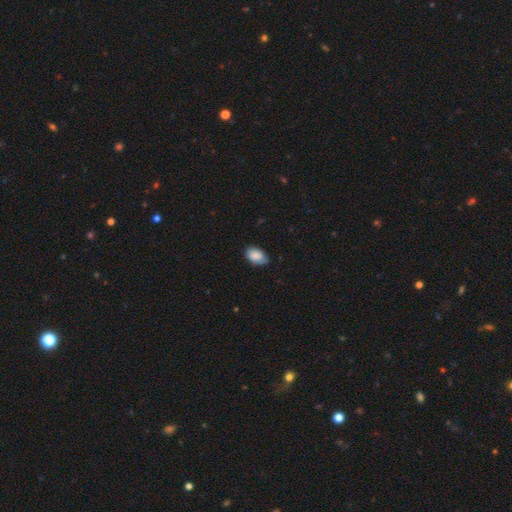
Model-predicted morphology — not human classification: A smooth galaxy with no disk features (84%) that is in between round and cigar-shaped (88%). Merging: none (63%).